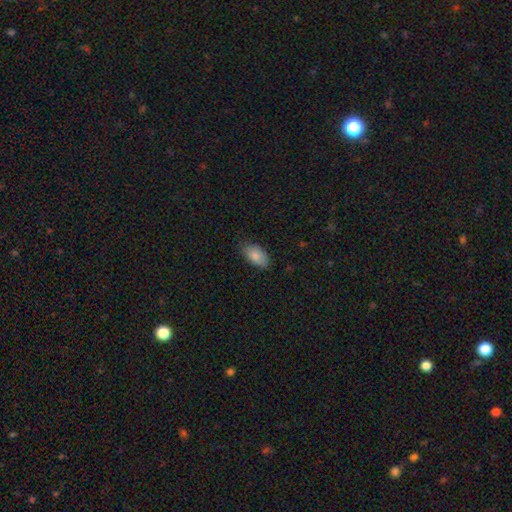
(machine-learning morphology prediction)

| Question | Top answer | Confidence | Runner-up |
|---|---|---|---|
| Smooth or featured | smooth | 84% | featured or disk (9%) |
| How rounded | in between | 94% | round (4%) |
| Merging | none | 78% | minor disturbance (18%) |